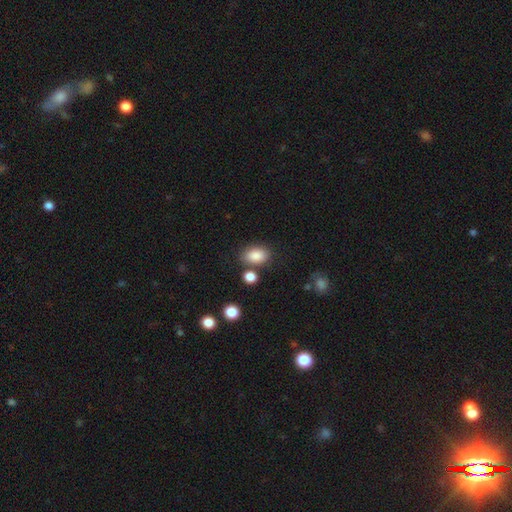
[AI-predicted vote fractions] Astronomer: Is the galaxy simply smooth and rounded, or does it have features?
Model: smooth — 87%.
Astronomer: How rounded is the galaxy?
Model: in between — 84%.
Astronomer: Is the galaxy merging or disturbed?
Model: none — 73%.